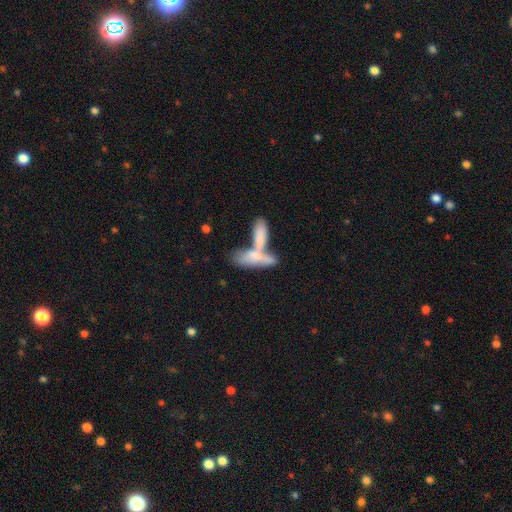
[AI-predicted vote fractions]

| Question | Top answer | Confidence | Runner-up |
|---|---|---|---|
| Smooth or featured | smooth | 70% | featured or disk (24%) |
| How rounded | in between | 50% | cigar-shaped (48%) |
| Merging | merger | 64% | none (22%) |